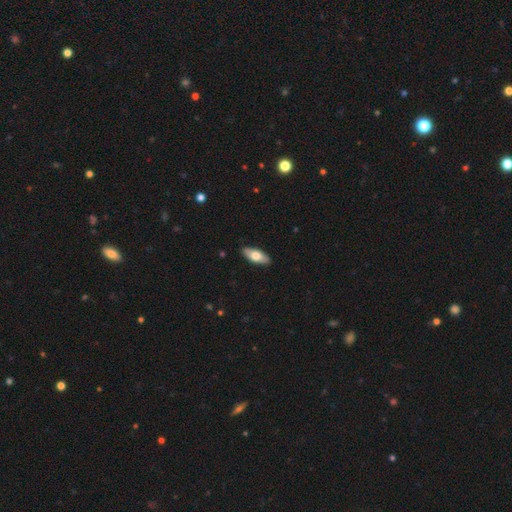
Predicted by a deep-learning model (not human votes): Smooth or featured? Predicted: smooth (p=0.68). How rounded? Predicted: in between (p=0.80). Merging? Predicted: none (p=0.90).